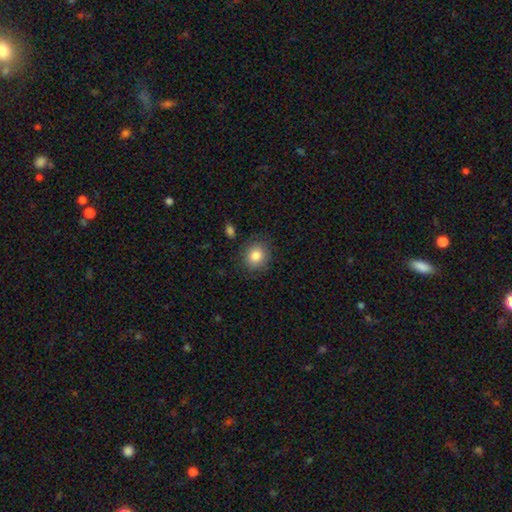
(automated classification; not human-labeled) Q: Smooth or featured?
A: smooth (83%); runner-up: star or artifact (9%)
Q: How rounded?
A: round (75%); runner-up: in between (24%)
Q: Merging?
A: none (83%); runner-up: minor disturbance (11%)